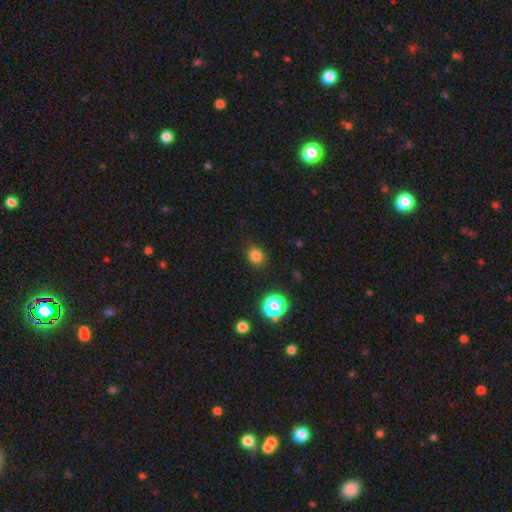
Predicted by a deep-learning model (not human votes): This appears to be a smooth galaxy with no disk features (80%) that is round (73%). Merging: none (87%).